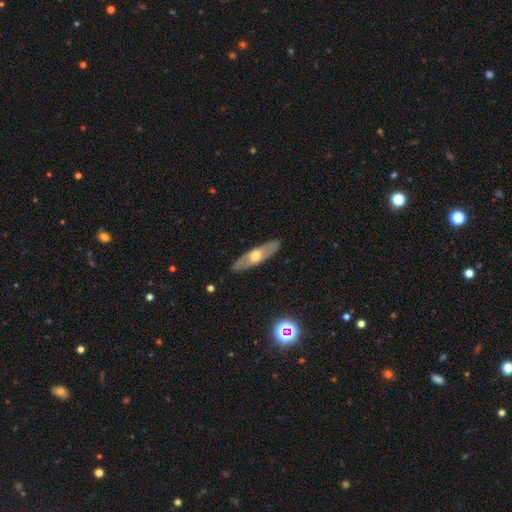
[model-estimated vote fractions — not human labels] The model was most divided on "edge-on disk": yes: 54%, no: 46%. More confident: merging — none (89%); smooth or featured — featured or disk (59%).